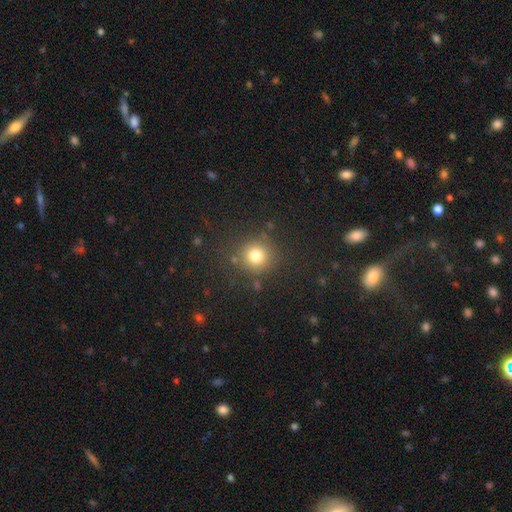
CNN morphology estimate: This appears to be a smooth galaxy with no disk features (78%) that is round (91%). Merging: none (82%).